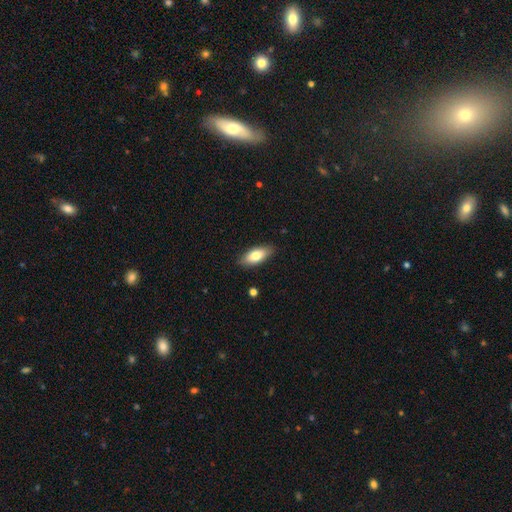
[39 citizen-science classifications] Q: Smooth or featured?
A: smooth (82%); runner-up: featured or disk (13%)
Q: How rounded?
A: in between (91%); runner-up: cigar-shaped (6%)
Q: Merging?
A: none (92%); runner-up: minor disturbance (8%)